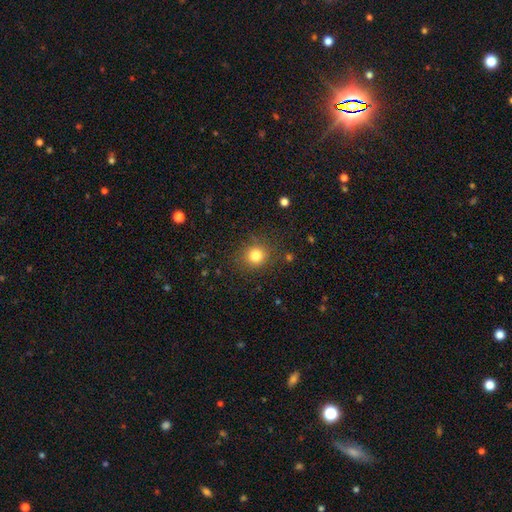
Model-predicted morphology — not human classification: type=smooth (81%); roundness=round (88%); merging=none (85%).